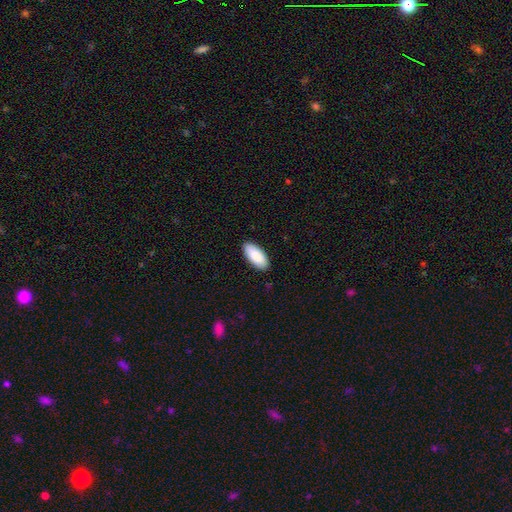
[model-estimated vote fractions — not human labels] This is clearly a smooth galaxy (91%). How rounded: clearly in between (90%). Merging: clearly none (89%).